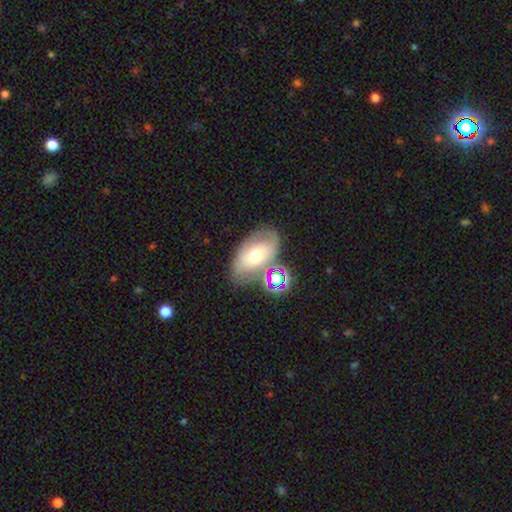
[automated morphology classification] The model was most divided on "smooth or featured": smooth: 49%, featured or disk: 38%, star or artifact: 13%. More confident: merging — none (62%).